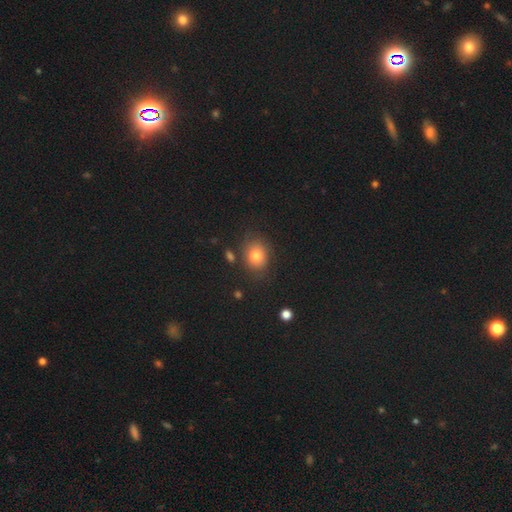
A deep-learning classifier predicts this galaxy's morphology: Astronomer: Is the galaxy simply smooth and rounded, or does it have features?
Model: smooth — 78%.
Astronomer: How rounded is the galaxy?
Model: round — 60% (runner-up: in between, 39%).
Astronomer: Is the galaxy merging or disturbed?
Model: none — 80%.